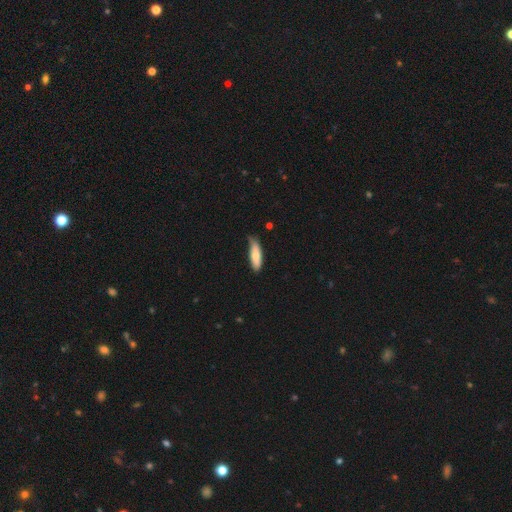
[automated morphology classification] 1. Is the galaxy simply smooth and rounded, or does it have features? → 72% smooth, 22% featured or disk, 6% star or artifact.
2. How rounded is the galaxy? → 51% cigar-shaped, 47% in between, 2% round.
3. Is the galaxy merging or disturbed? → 61% none, 32% minor disturbance, 5% major disturbance, 2% merger.